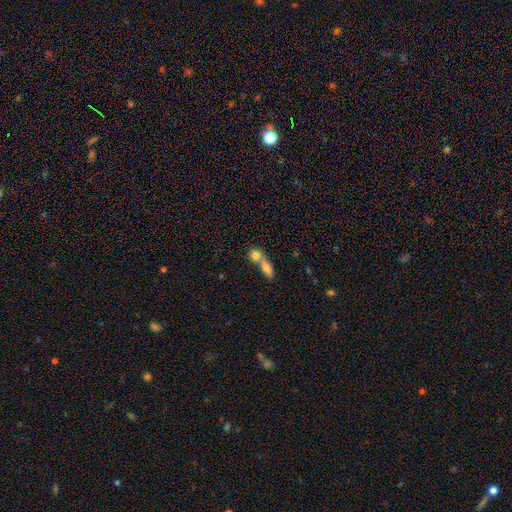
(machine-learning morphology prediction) smooth_or_featured: smooth (p=0.70) [alt: featured or disk p=0.17]
how_rounded: in between (p=0.48) [alt: round p=0.39]
merging: merger (p=0.62) [alt: none p=0.29]